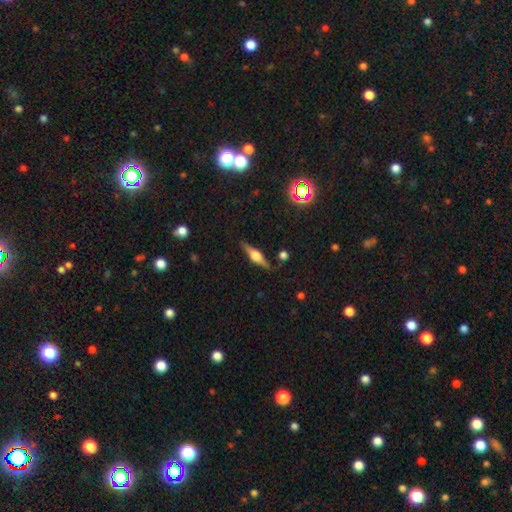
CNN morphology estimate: The model was most divided on "smooth or featured": featured or disk: 73%, smooth: 20%, star or artifact: 7%. More confident: edge-on disk — yes (97%); edge-on bulge — rounded (88%); merging — none (87%).